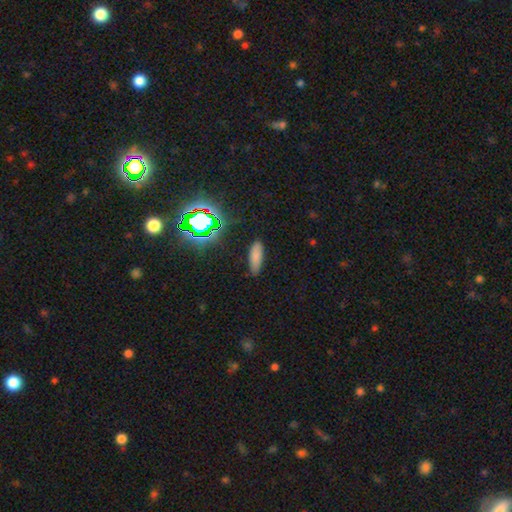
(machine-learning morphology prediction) smooth-or-featured: smooth: 75% | star or artifact: 16% | featured or disk: 8%
  how-rounded: in between: 58% | cigar-shaped: 39% | round: 2%
  merging: none: 81% | minor disturbance: 14% | major disturbance: 3% | merger: 2%